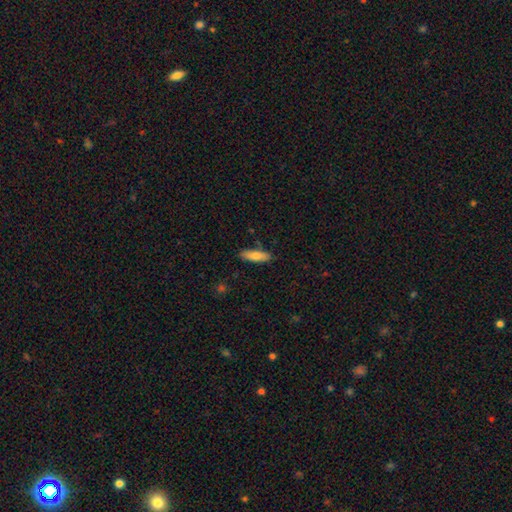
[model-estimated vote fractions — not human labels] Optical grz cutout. It shows a smooth galaxy with no disk features (80%) that is cigar-shaped (50%). Merging: none (84%).